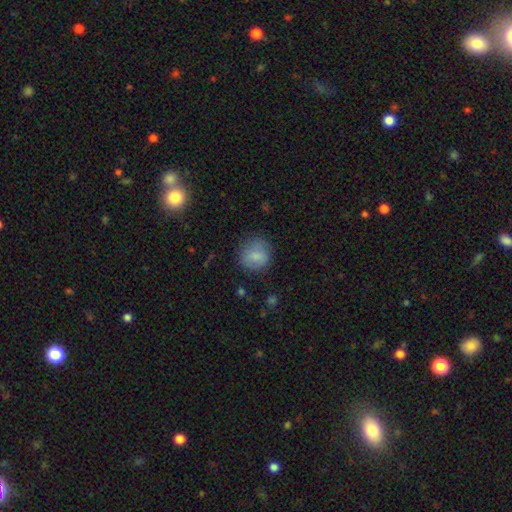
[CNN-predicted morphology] type=smooth (81%); roundness=round (87%); merging=none (77%).